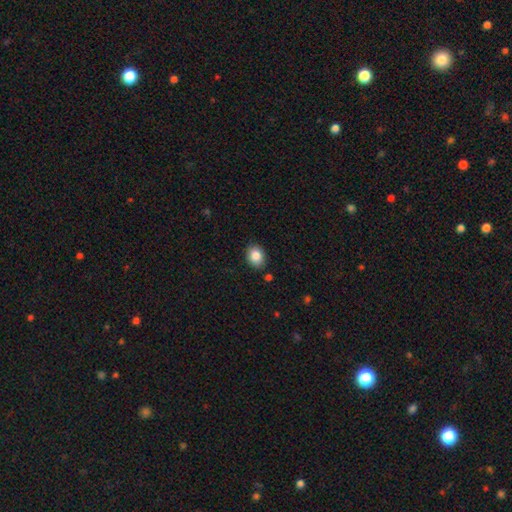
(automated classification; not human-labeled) Smooth or featured?
  - smooth: 86% *
  - star or artifact: 9%
  - featured or disk: 6%
How rounded?
  - in between: 52% *
  - round: 47%
  - cigar-shaped: 1%
Merging?
  - none: 85% *
  - minor disturbance: 10%
  - merger: 2%
  - major disturbance: 2%